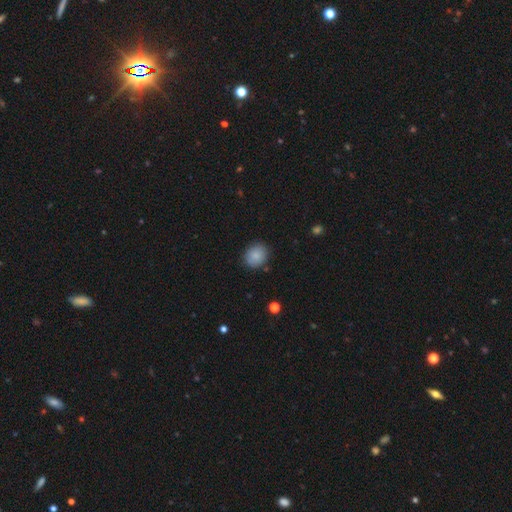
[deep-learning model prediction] Smooth or featured?
  - smooth: 86% *
  - star or artifact: 8%
  - featured or disk: 5%
How rounded?
  - round: 57% *
  - in between: 42%
  - cigar-shaped: 1%
Merging?
  - none: 86% *
  - minor disturbance: 10%
  - major disturbance: 3%
  - merger: 2%